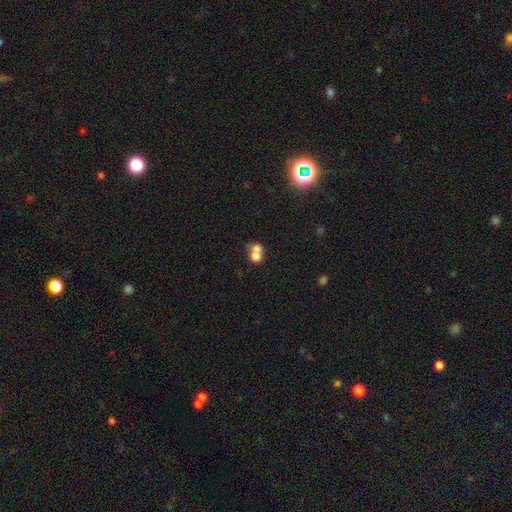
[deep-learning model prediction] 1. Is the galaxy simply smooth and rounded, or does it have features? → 72% smooth, 18% featured or disk, 11% star or artifact.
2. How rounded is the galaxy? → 67% round, 32% in between, 1% cigar-shaped.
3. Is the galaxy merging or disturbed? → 70% merger, 21% none, 5% minor disturbance, 3% major disturbance.